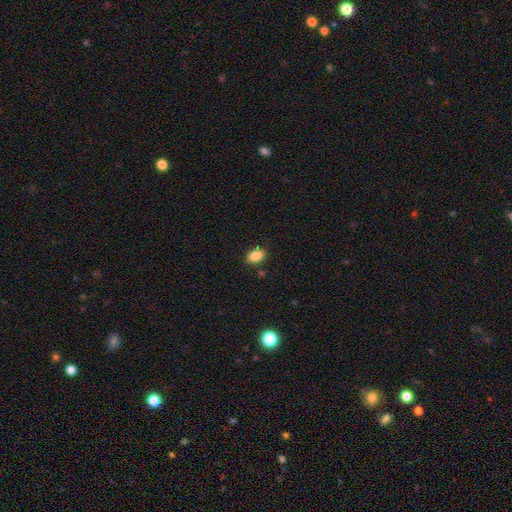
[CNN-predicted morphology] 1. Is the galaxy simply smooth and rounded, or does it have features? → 87% smooth, 9% star or artifact, 5% featured or disk.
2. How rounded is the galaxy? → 81% in between, 18% round, 1% cigar-shaped.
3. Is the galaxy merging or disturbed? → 84% none, 11% minor disturbance, 2% major disturbance, 2% merger.